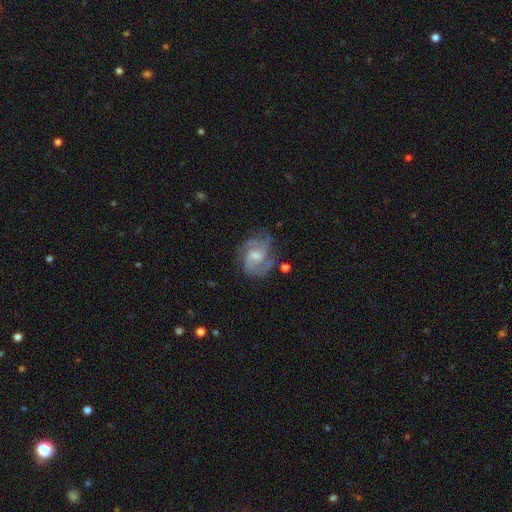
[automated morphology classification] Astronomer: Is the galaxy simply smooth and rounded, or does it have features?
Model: featured or disk — 84%.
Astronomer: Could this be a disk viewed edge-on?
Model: no — 98%.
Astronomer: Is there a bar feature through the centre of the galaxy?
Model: weak — 50% (runner-up: no, 42%).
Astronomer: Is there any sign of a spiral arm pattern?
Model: yes — 96%.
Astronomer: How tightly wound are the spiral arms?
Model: medium — 53% (runner-up: tight, 33%).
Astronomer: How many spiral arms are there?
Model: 2 — 41% (runner-up: 3, 33%).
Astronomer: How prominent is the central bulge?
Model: moderate — 44% (runner-up: small, 43%).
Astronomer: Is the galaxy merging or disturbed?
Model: none — 64%.